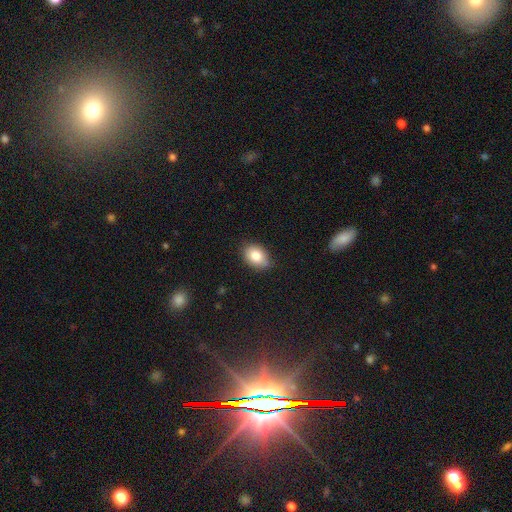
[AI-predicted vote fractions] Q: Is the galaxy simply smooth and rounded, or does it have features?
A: smooth — 83%.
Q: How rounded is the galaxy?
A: in between — 75%.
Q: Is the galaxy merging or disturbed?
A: none — 72%.